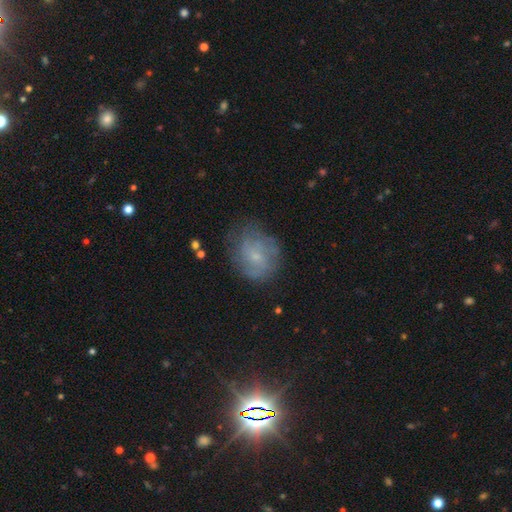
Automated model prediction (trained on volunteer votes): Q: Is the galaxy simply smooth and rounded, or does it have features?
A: featured or disk — 53%.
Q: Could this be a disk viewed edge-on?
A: no — 97%.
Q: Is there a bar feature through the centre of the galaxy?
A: no — 67%.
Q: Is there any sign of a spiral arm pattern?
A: yes — 74%.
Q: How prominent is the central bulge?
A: small — 70%.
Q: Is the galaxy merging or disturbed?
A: none — 67%.